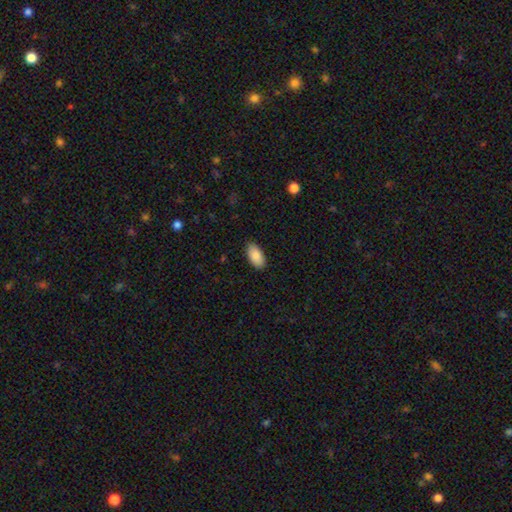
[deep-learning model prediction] Smooth or featured? smooth (89%)
How rounded? in between (95%)
Merging? none (88%)